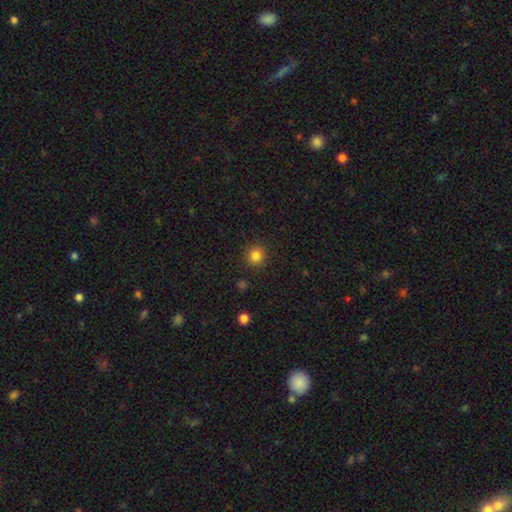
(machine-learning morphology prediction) smooth-or-featured: smooth: 84% | star or artifact: 12% | featured or disk: 5%
  how-rounded: round: 92% | in between: 7% | cigar-shaped: 1%
  merging: none: 91% | minor disturbance: 6% | major disturbance: 2% | merger: 1%